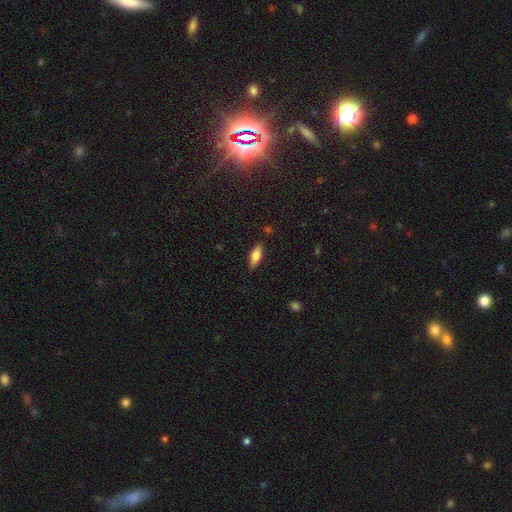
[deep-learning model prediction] A smooth galaxy with no disk features (67%) that is in between round and cigar-shaped (67%).

Vote fractions:
- Smooth or featured? smooth: 67% / featured or disk: 26% / star or artifact: 7%
- How rounded? in between: 67% / cigar-shaped: 30% / round: 3%
- Merging? none: 86% / minor disturbance: 10% / major disturbance: 2% / merger: 1%